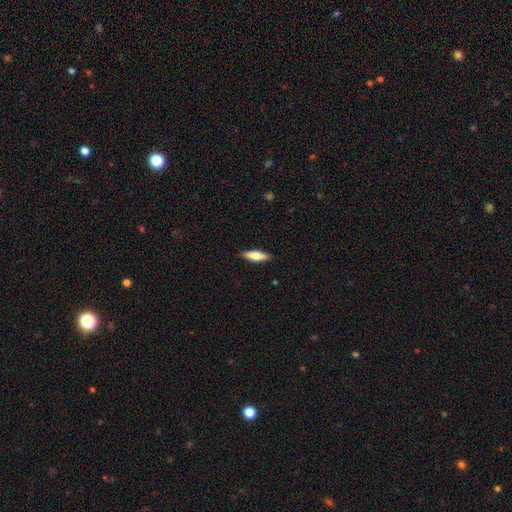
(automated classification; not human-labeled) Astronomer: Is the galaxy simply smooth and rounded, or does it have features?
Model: smooth — 67%.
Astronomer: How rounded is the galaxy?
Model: cigar-shaped — 53% (runner-up: in between, 45%).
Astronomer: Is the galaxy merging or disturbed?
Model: none — 89%.